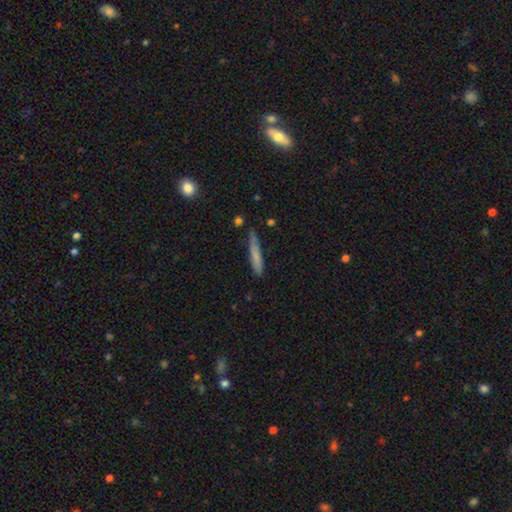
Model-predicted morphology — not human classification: Smooth or featured? Predicted: smooth (p=0.72). How rounded? Predicted: cigar-shaped (p=0.93). Merging? Predicted: none (p=0.73).